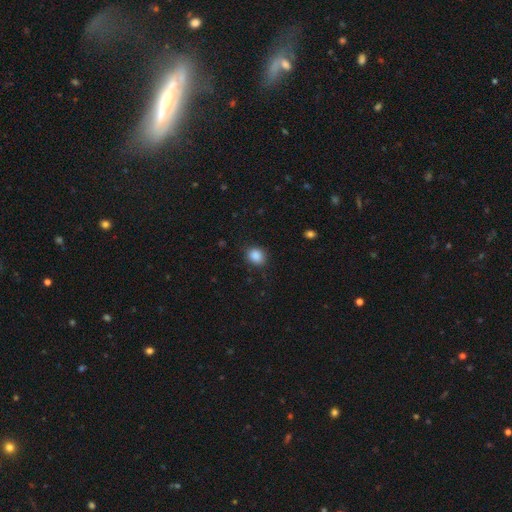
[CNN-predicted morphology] Smooth or featured: smooth — 87% (star or artifact — 9%)
How rounded: round — 60% (in between — 39%)
Merging: none — 84% (minor disturbance — 12%)